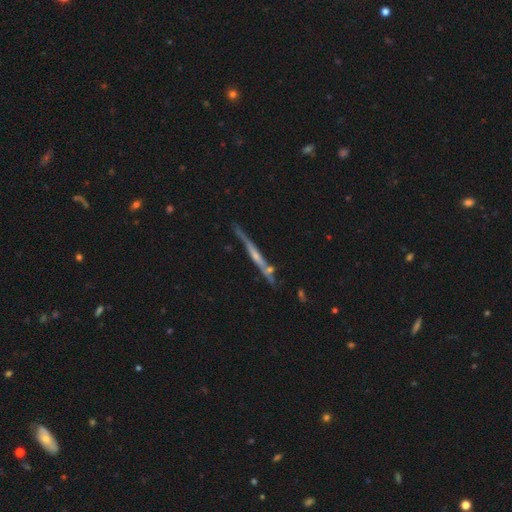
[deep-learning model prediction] Smooth or featured: featured or disk — 72% (smooth — 21%)
Edge-on disk: yes — 95% (no — 5%)
Edge-on bulge: none — 49% (rounded — 41%)
Merging: none — 75% (minor disturbance — 15%)